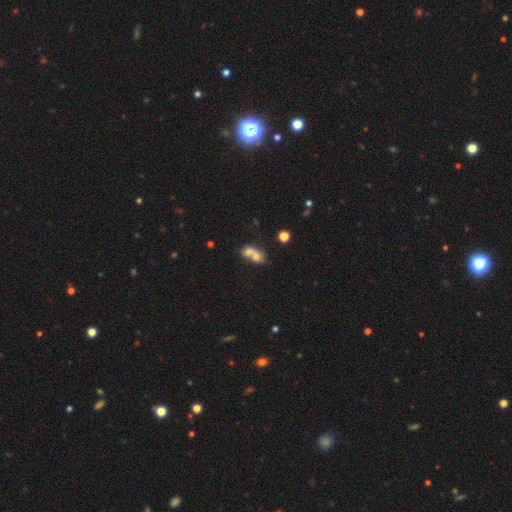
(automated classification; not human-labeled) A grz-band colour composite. It shows a smooth galaxy with no disk features (64%) that is in between round and cigar-shaped (58%). Merging: merger (73%).